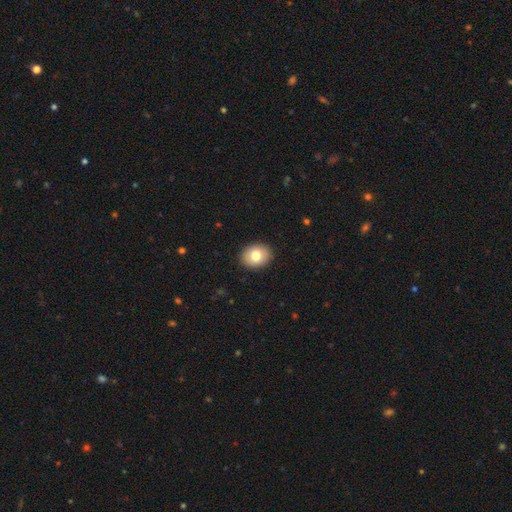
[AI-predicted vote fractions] smooth 78%, featured or disk 14%, star or artifact 8%. Down the decision tree: how rounded — round (51%); merging — none (90%).